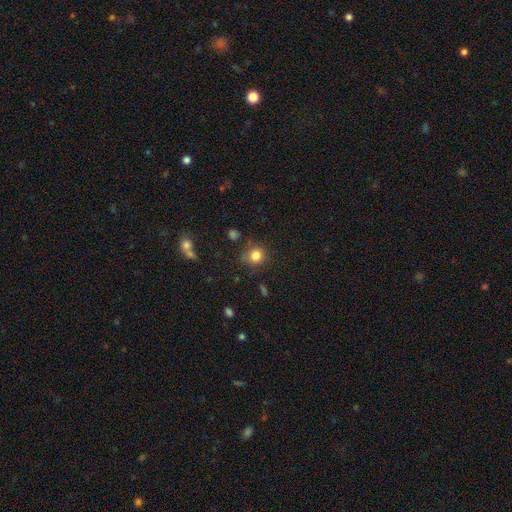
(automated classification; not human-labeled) Overall: smooth (82%). How rounded: round (87%). Merging: none (77%).